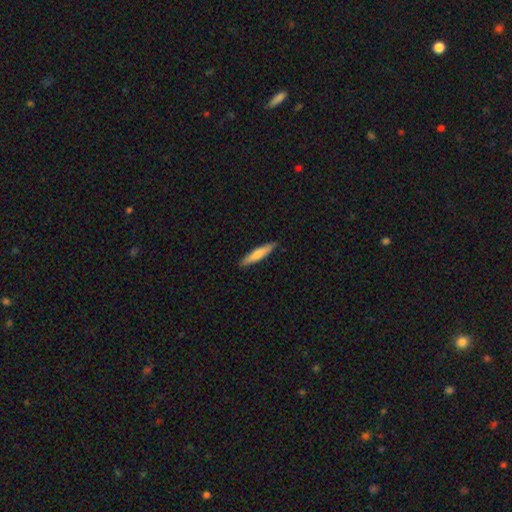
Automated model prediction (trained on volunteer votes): Q: Smooth or featured?
A: smooth (69%); runner-up: featured or disk (26%)
Q: How rounded?
A: cigar-shaped (89%); runner-up: in between (10%)
Q: Merging?
A: none (89%); runner-up: minor disturbance (8%)